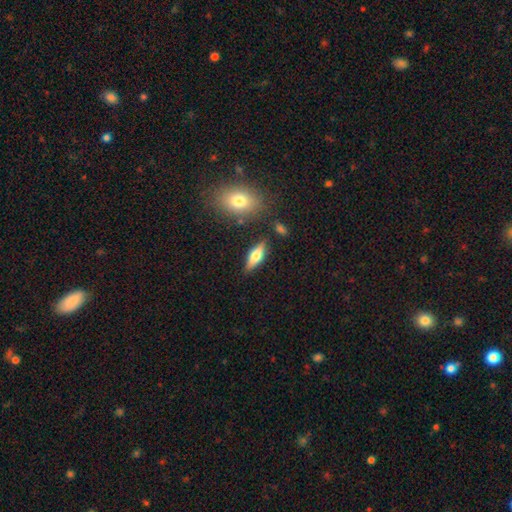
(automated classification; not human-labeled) Smooth or featured?
  - smooth: 56% *
  - featured or disk: 37%
  - star or artifact: 7%
How rounded?
  - in between: 57% *
  - cigar-shaped: 39%
  - round: 3%
Merging?
  - none: 80% *
  - minor disturbance: 12%
  - merger: 4%
  - major disturbance: 3%